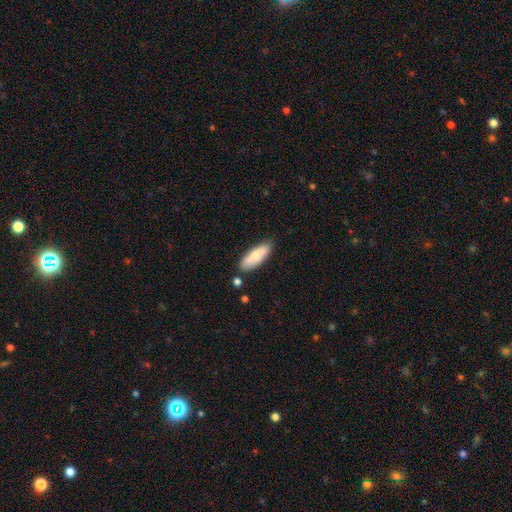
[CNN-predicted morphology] Smooth or featured? Predicted: smooth (p=0.74). How rounded? Predicted: in between (p=0.65). Merging? Predicted: none (p=0.74).